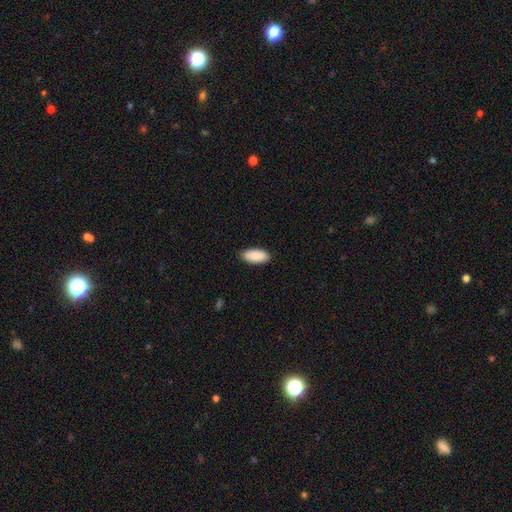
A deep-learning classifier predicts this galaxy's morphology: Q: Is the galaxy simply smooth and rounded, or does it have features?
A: smooth — 89%.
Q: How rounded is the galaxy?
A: in between — 91%.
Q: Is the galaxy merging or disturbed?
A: none — 89%.